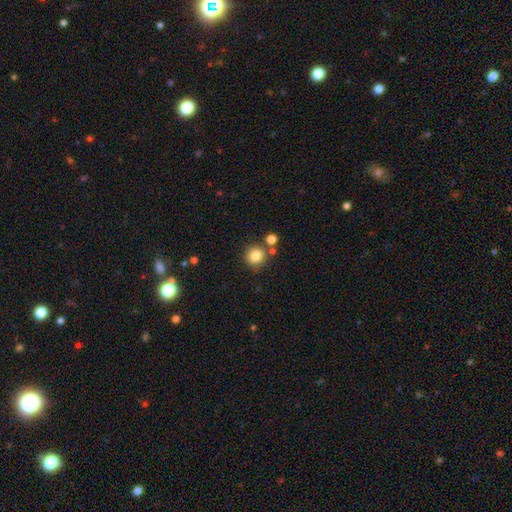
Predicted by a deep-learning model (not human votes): smooth 83%, star or artifact 11%, featured or disk 6%. Down the decision tree: how rounded — round (88%); merging — none (76%).